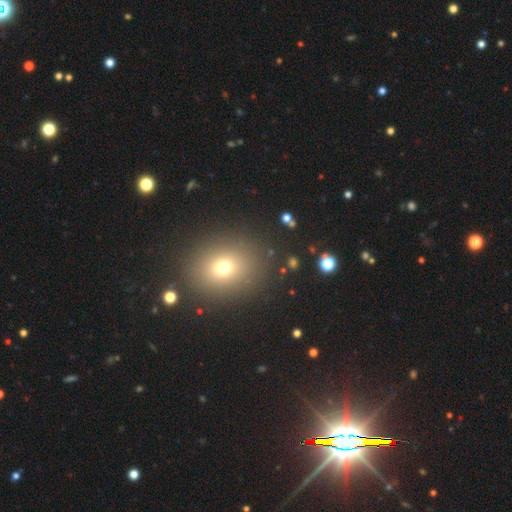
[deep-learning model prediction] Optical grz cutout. It shows a smooth galaxy with no disk features (55%) that is round (61%). Merging: none (88%).